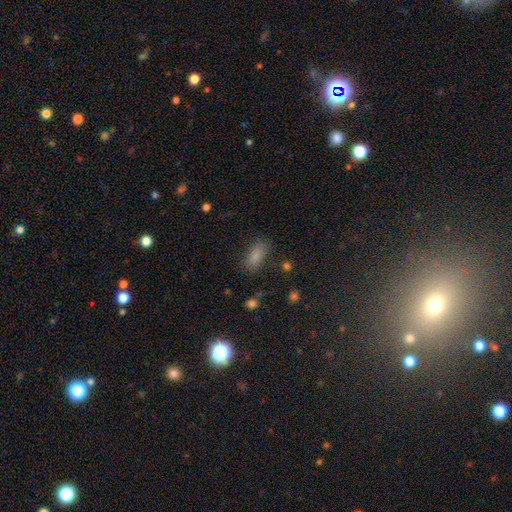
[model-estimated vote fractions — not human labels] Q: Smooth or featured?
A: smooth (82%); runner-up: star or artifact (11%)
Q: How rounded?
A: in between (85%); runner-up: cigar-shaped (12%)
Q: Merging?
A: none (77%); runner-up: minor disturbance (16%)